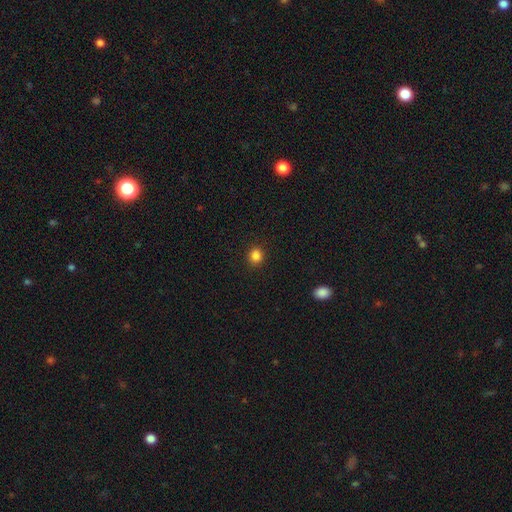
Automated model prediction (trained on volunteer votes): Smooth or featured? Predicted: smooth (p=0.85). How rounded? Predicted: round (p=0.85). Merging? Predicted: none (p=0.90).